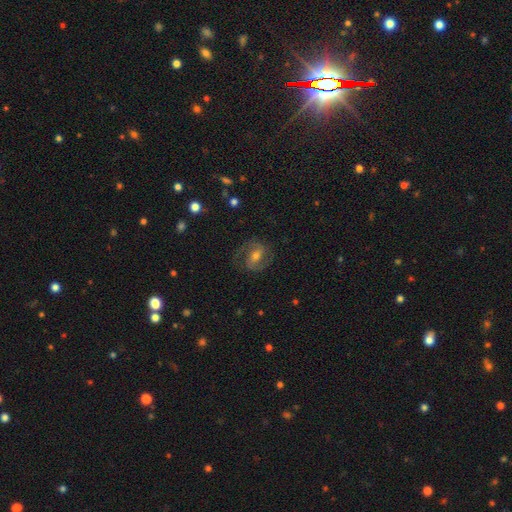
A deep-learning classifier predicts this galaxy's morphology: This is likely a featured or disk galaxy (76%). It is clearly not viewed edge-on (97%). Bar: possibly weak (47%). Spiral arm pattern: clearly yes (93%). Spiral arm count: clearly 2 (89%). Spiral winding: possibly medium (56%). Central bulge: possibly moderate (56%). Merging: likely none (78%).